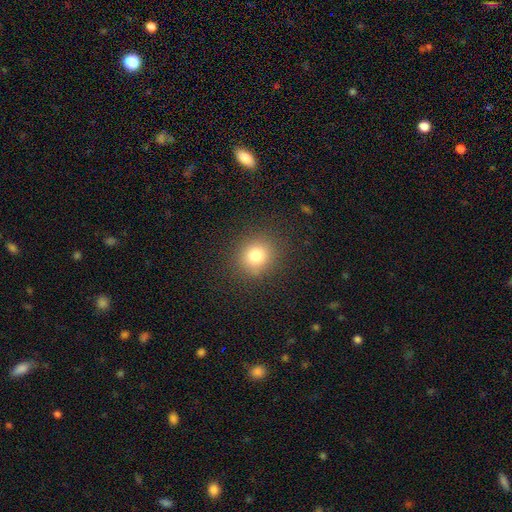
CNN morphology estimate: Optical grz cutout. It shows a smooth galaxy with no disk features (78%) that is round (85%). Merging: none (88%).